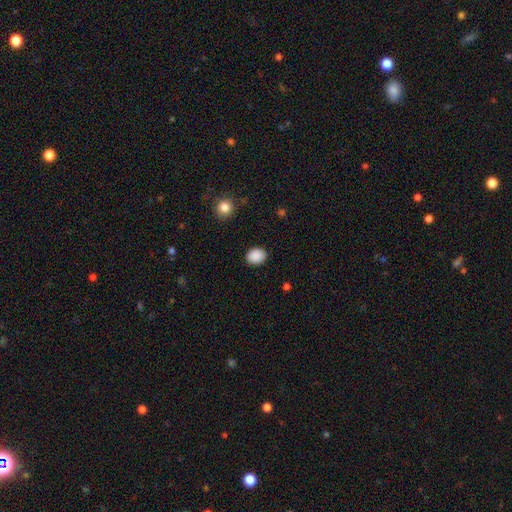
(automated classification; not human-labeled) A smooth galaxy with no disk features (89%) that is in between round and cigar-shaped (52%). Merging: none (88%).